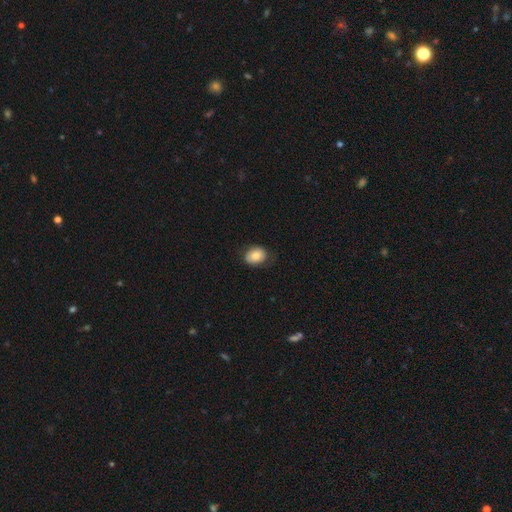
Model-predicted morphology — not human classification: The model was most divided on "how rounded": in between: 61%, round: 38%, cigar-shaped: 1%. More confident: smooth or featured — smooth (77%); merging — none (73%).